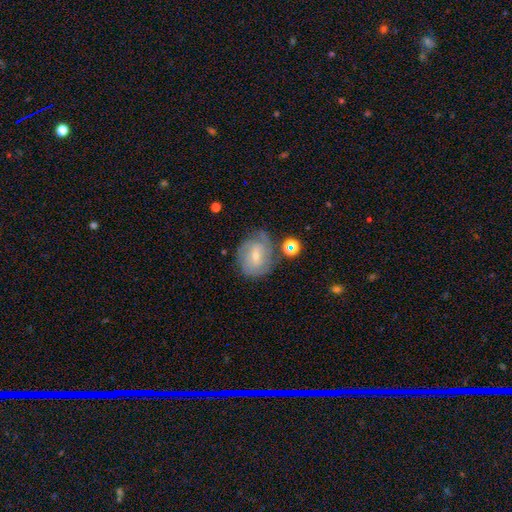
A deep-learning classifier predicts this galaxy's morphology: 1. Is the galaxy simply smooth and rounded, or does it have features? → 65% featured or disk, 26% smooth, 9% star or artifact.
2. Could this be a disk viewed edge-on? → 96% no, 4% yes.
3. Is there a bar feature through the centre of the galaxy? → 48% weak, 40% no, 12% strong.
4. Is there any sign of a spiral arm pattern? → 86% yes, 14% no.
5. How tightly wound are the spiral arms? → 57% tight, 32% medium, 11% loose.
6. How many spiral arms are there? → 43% can't tell, 25% 2, 16% 3, 7% 4, 5% 1, 3% more than 4.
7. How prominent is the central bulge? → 63% small, 32% moderate, 2% none, 1% large, 1% dominant.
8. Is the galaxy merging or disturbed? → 60% none, 23% minor disturbance, 11% major disturbance, 5% merger.